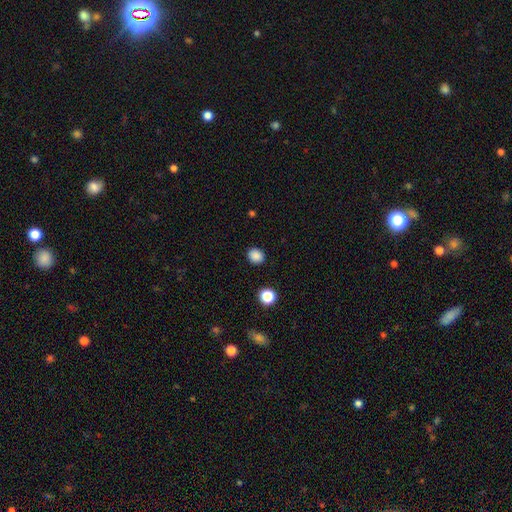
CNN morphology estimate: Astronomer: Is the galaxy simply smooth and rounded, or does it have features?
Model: smooth — 86%.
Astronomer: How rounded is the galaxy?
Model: round — 68%.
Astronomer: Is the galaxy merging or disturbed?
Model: none — 90%.